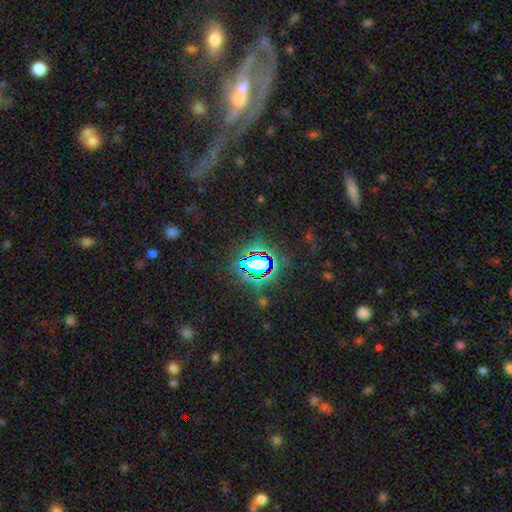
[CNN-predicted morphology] type=star or artifact (70%).